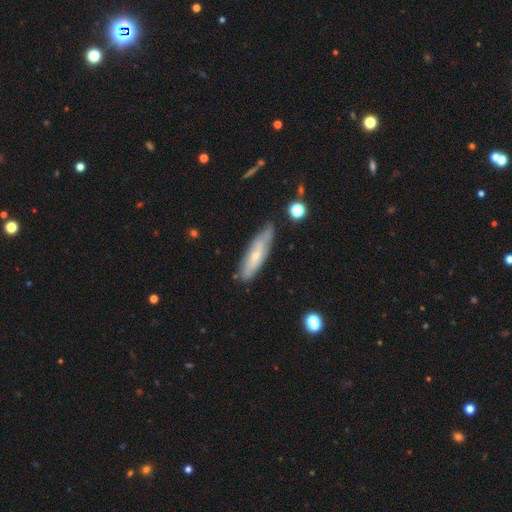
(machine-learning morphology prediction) This is possibly a featured or disk galaxy (49%). Merging: likely none (71%).